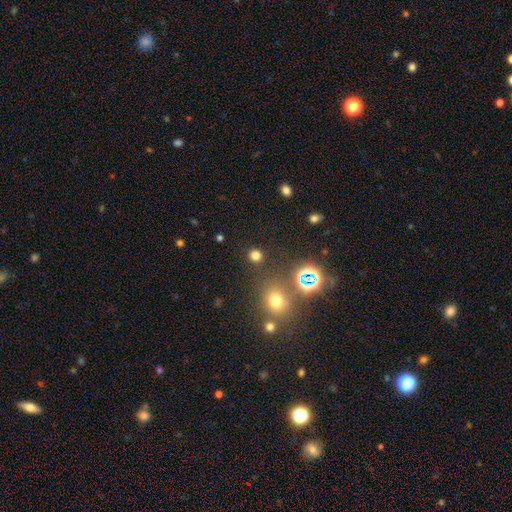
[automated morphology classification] Smooth or featured? smooth (70%)
How rounded? round (89%)
Merging? none (86%)